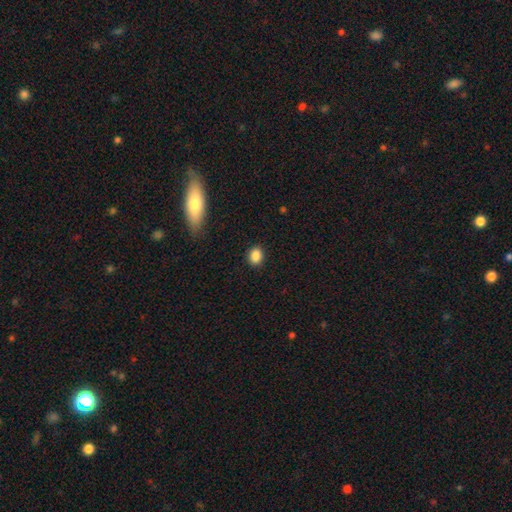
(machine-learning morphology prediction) Smooth or featured?
  - smooth: 86% *
  - star or artifact: 10%
  - featured or disk: 4%
How rounded?
  - in between: 51% *
  - round: 47%
  - cigar-shaped: 1%
Merging?
  - none: 89% *
  - minor disturbance: 8%
  - major disturbance: 2%
  - merger: 1%